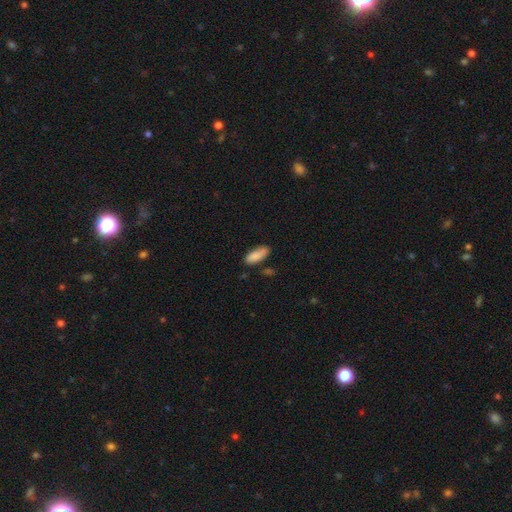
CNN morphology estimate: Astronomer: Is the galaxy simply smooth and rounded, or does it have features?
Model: smooth — 86%.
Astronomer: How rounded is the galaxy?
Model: in between — 73%.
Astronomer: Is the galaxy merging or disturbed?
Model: none — 71%.